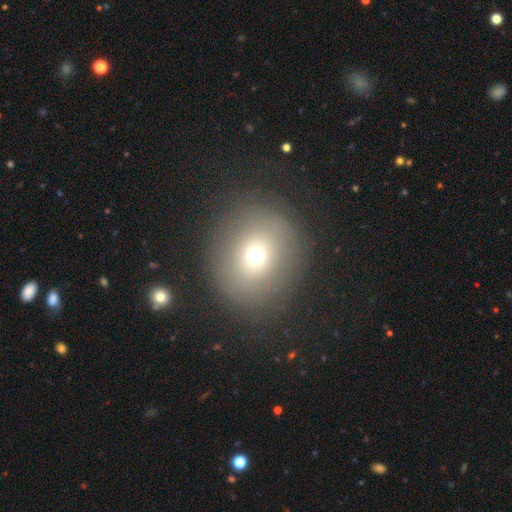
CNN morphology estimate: Smooth or featured: smooth — 66% (featured or disk — 18%)
How rounded: round — 83% (in between — 16%)
Merging: none — 84% (minor disturbance — 9%)